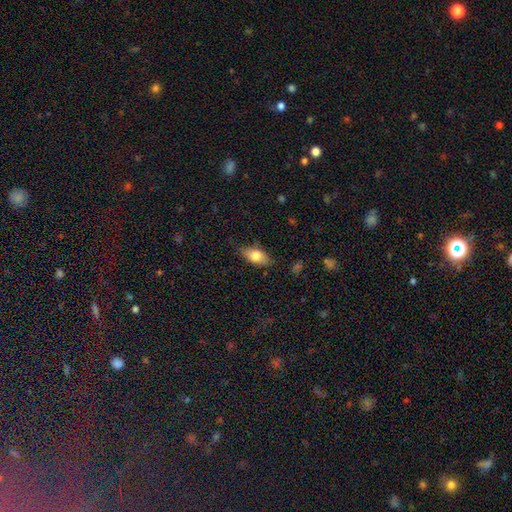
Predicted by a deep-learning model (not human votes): This is likely a smooth galaxy (78%). How rounded: clearly in between (87%). Merging: likely none (74%).